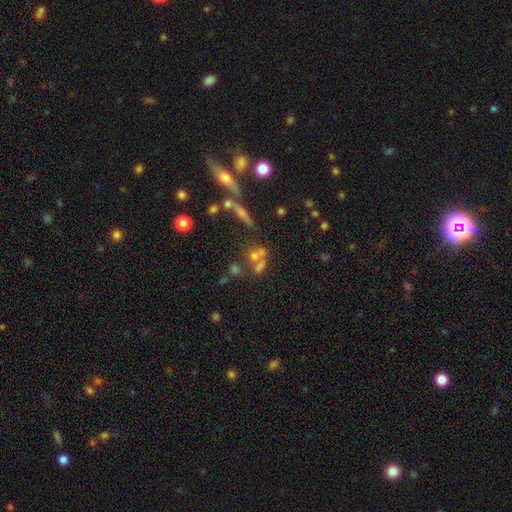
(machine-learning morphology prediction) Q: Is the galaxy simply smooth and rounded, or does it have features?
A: smooth — 43%.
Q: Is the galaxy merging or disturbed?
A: merger — 43%.